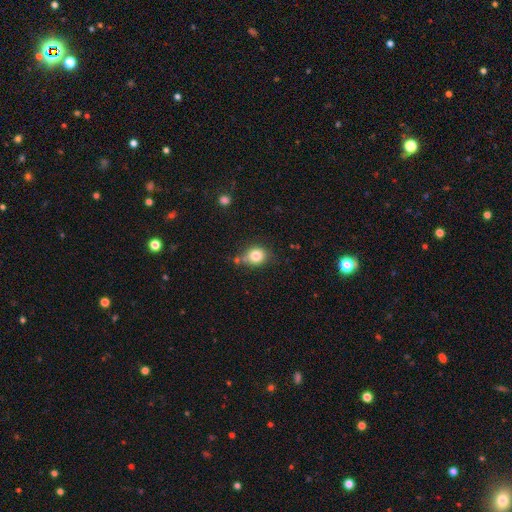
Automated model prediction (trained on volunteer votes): Smooth or featured: smooth — 81% (star or artifact — 11%)
How rounded: round — 74% (in between — 25%)
Merging: none — 66% (minor disturbance — 18%)